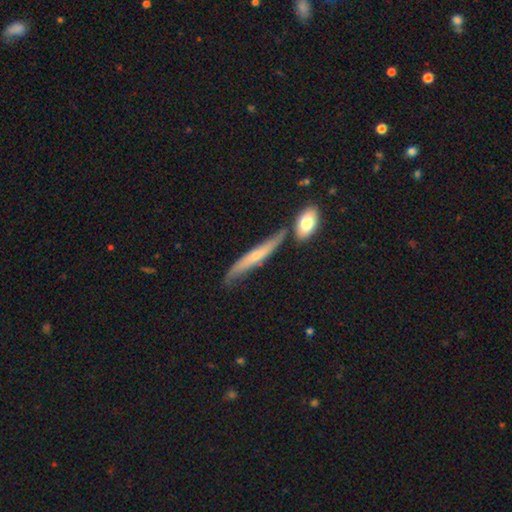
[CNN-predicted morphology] smooth-or-featured: featured or disk: 51% | smooth: 42% | star or artifact: 6%
  disk-edge-on: yes: 78% | no: 22%
  merging: none: 61% | minor disturbance: 21% | merger: 12% | major disturbance: 6%